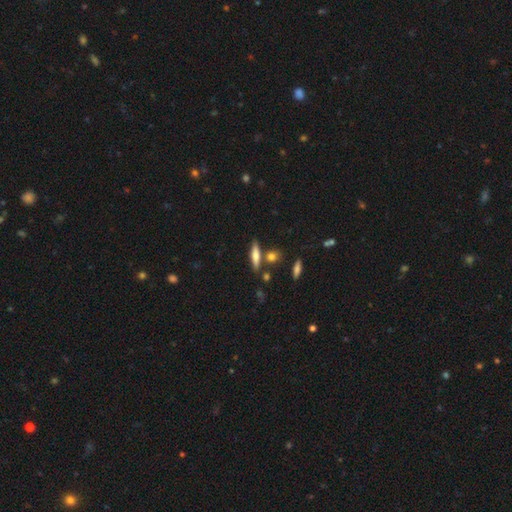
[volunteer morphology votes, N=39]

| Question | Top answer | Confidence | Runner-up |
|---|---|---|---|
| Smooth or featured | smooth | 51% | featured or disk (38%) |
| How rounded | cigar-shaped | 85% | in between (15%) |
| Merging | none | 86% | merger (9%) |